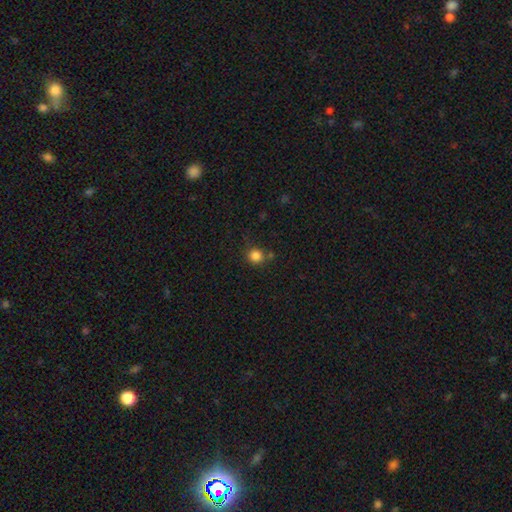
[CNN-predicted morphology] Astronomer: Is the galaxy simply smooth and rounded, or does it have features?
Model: smooth — 84%.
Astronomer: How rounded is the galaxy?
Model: round — 91%.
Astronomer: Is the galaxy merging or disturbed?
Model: none — 77%.